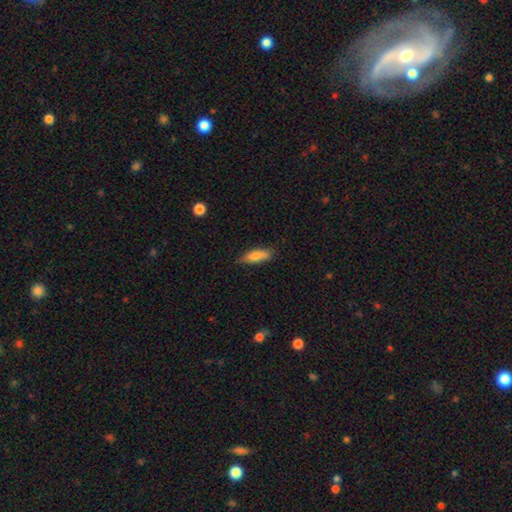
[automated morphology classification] Smooth or featured? smooth (79%)
How rounded? in between (49%, tied with cigar-shaped)
Merging? none (73%)